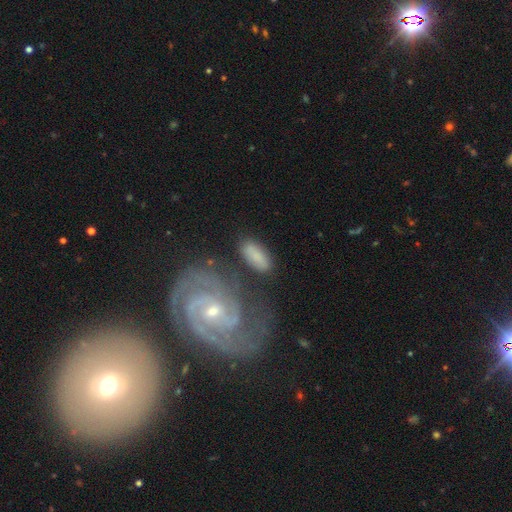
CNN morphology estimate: This appears to be a smooth galaxy with no disk features (75%) that is in between round and cigar-shaped (82%). Merging: none (72%).